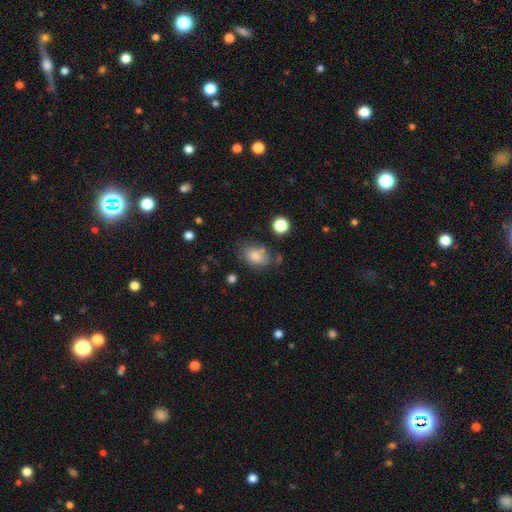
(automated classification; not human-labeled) Q: Smooth or featured?
A: smooth (80%); runner-up: featured or disk (10%)
Q: How rounded?
A: in between (79%); runner-up: round (20%)
Q: Merging?
A: none (61%); runner-up: minor disturbance (22%)